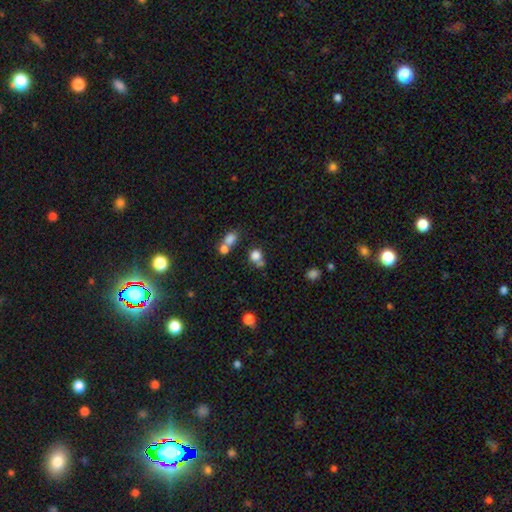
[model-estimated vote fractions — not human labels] The model was most divided on "merging": none: 50%, merger: 33%, minor disturbance: 12%, major disturbance: 6%. More confident: smooth or featured — smooth (78%); how rounded — round (76%).